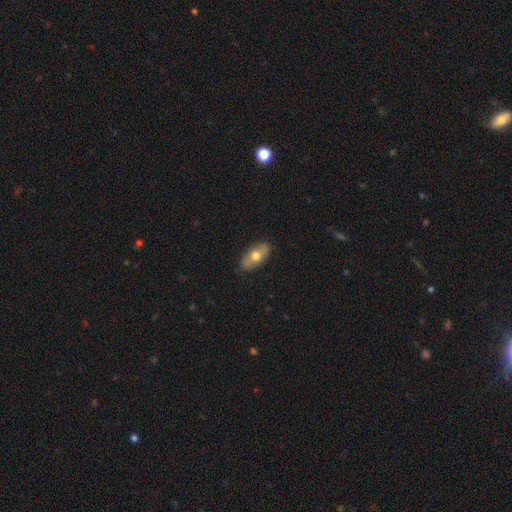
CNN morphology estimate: Smooth or featured? smooth (60%)
How rounded? in between (88%)
Merging? none (80%)